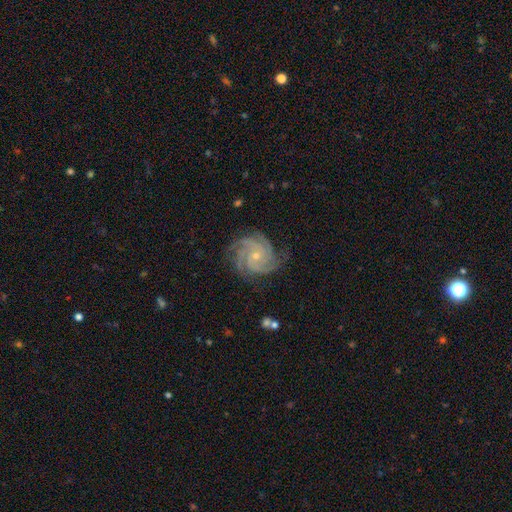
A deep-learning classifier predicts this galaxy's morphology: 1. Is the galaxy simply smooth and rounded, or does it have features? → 91% featured or disk, 5% star or artifact, 4% smooth.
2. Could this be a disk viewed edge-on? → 98% no, 2% yes.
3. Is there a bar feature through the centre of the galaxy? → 76% no, 19% weak, 5% strong.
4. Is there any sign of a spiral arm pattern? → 99% yes, 1% no.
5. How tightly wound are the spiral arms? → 70% tight, 27% medium, 3% loose.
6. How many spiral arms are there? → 40% 4, 30% 3, 9% more than 4, 9% can't tell, 7% 2, 5% 1.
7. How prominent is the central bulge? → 71% small, 26% moderate, 1% none, 1% large, 1% dominant.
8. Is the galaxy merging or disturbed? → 78% none, 16% minor disturbance, 5% major disturbance, 1% merger.